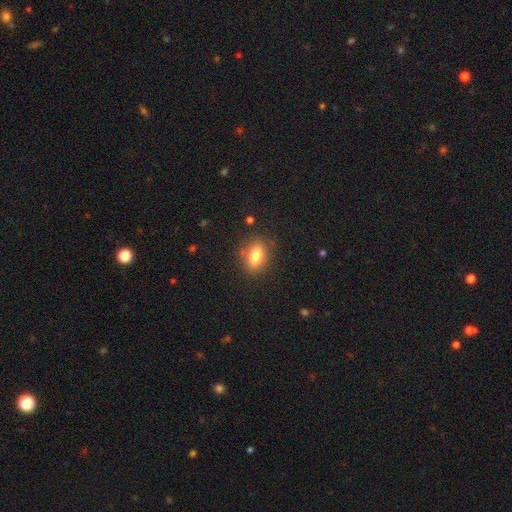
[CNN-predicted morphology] Smooth or featured?
  - smooth: 82% *
  - featured or disk: 9%
  - star or artifact: 9%
How rounded?
  - in between: 83% *
  - round: 14%
  - cigar-shaped: 4%
Merging?
  - none: 84% *
  - minor disturbance: 11%
  - major disturbance: 3%
  - merger: 2%